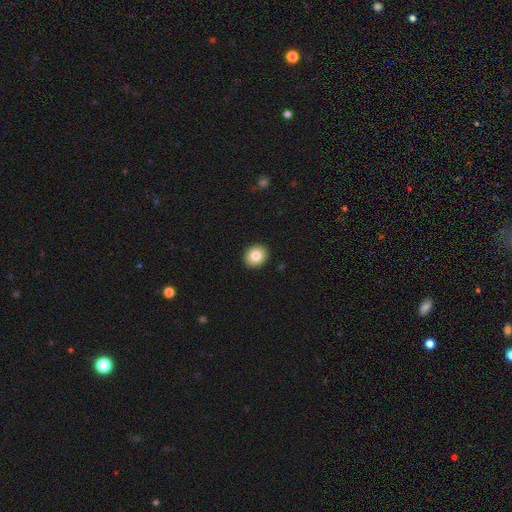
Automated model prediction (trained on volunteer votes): Smooth or featured? smooth (83%)
How rounded? round (76%)
Merging? none (92%)